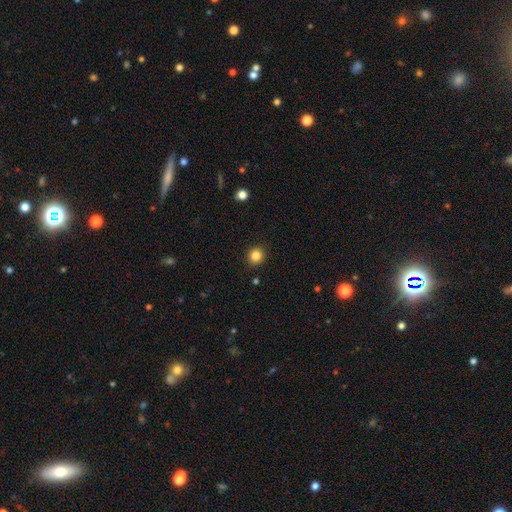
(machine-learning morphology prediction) smooth-or-featured: smooth: 84% | star or artifact: 12% | featured or disk: 4%
  how-rounded: round: 91% | in between: 8% | cigar-shaped: 1%
  merging: none: 92% | minor disturbance: 5% | major disturbance: 2% | merger: 1%